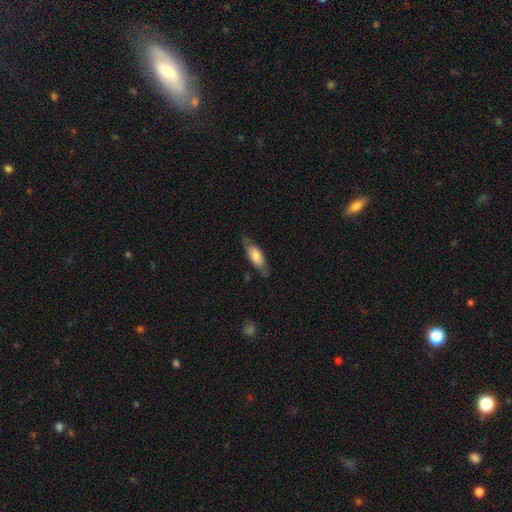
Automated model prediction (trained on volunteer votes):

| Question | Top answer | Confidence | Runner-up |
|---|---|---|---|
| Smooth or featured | smooth | 63% | featured or disk (31%) |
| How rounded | in between | 63% | cigar-shaped (35%) |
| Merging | none | 74% | minor disturbance (20%) |